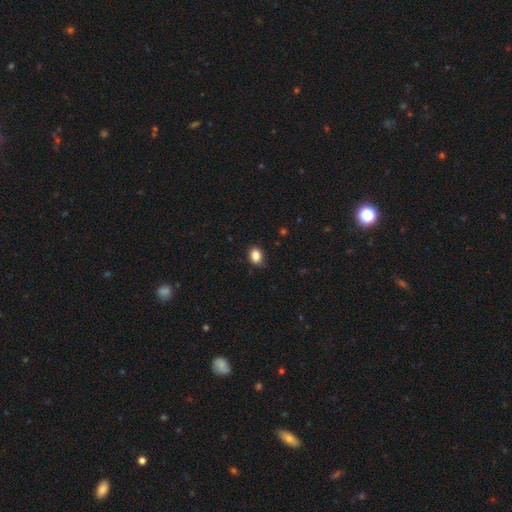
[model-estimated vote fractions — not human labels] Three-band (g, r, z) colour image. It shows a smooth galaxy with no disk features (86%) that is in between round and cigar-shaped (65%). Merging: none (76%).